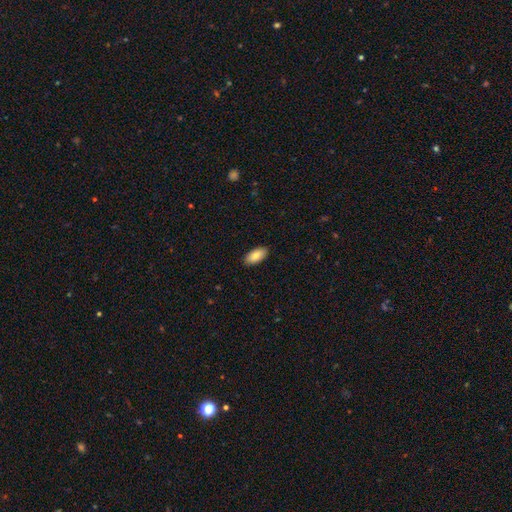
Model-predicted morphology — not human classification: type=smooth (84%); roundness=in between (92%); merging=none (89%).